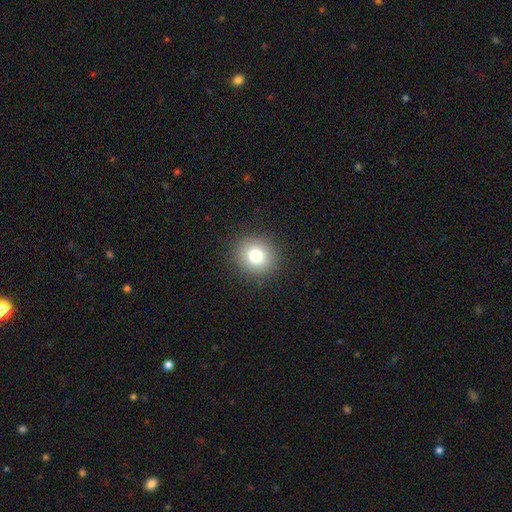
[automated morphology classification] smooth_or_featured: smooth (p=0.79) [alt: star or artifact p=0.12]
how_rounded: round (p=0.88) [alt: in between p=0.11]
merging: none (p=0.90) [alt: minor disturbance p=0.06]